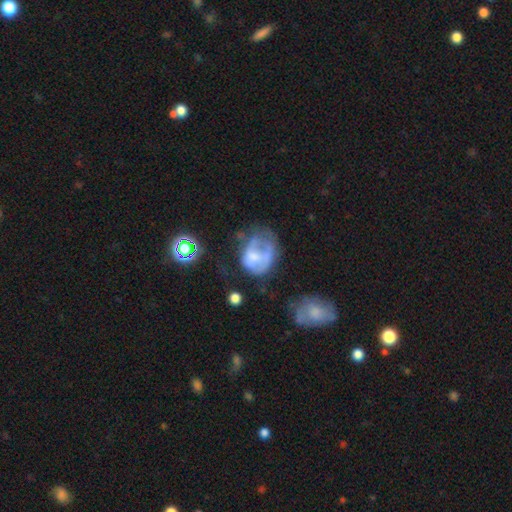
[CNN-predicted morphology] A featured or disk galaxy (45%). Merging: major disturbance (40%).